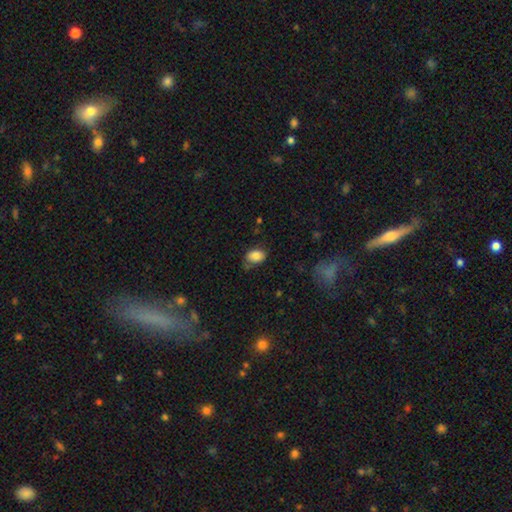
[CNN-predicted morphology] smooth 84%, star or artifact 8%, featured or disk 7%. Down the decision tree: how rounded — in between (80%); merging — none (66%).